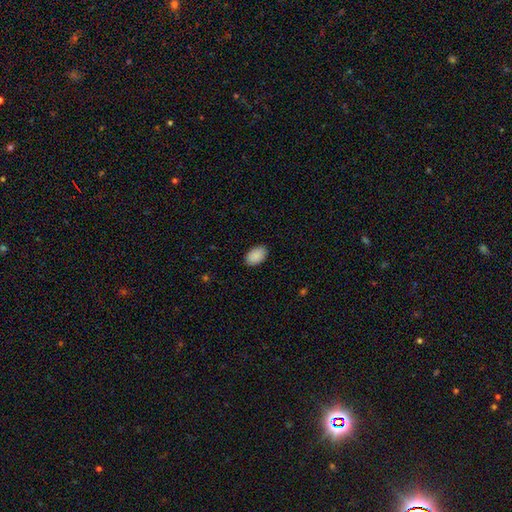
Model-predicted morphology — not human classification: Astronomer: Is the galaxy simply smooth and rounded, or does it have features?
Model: smooth — 90%.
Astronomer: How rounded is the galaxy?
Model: in between — 92%.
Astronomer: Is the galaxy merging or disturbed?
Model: none — 89%.